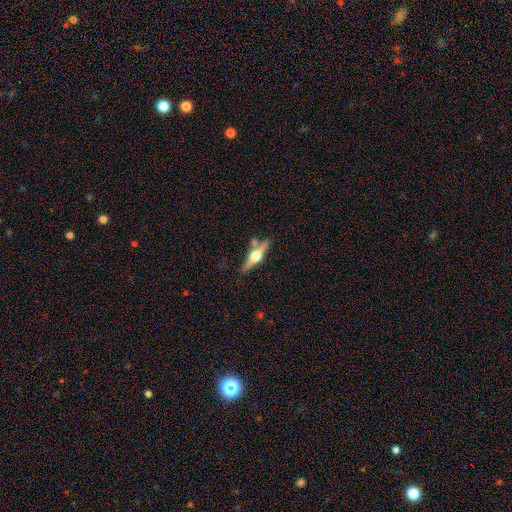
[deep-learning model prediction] Smooth or featured: featured or disk — 75% (smooth — 20%)
Edge-on disk: yes — 97% (no — 3%)
Edge-on bulge: rounded — 96% (boxy — 3%)
Merging: none — 75% (minor disturbance — 12%)